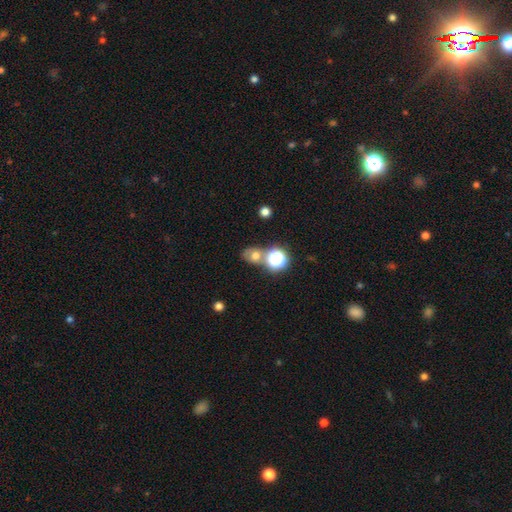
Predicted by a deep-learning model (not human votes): smooth-or-featured: smooth: 61% | star or artifact: 23% | featured or disk: 16%
  how-rounded: round: 52% | in between: 46% | cigar-shaped: 1%
  merging: none: 55% | merger: 27% | minor disturbance: 12% | major disturbance: 6%